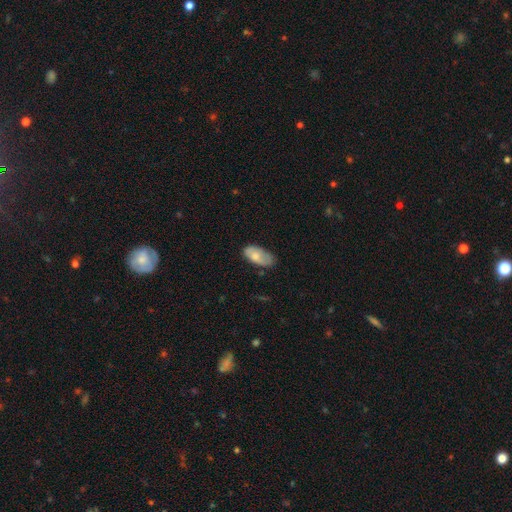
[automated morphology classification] Smooth or featured: smooth — 73% (featured or disk — 21%)
How rounded: in between — 92% (cigar-shaped — 5%)
Merging: none — 59% (minor disturbance — 32%)